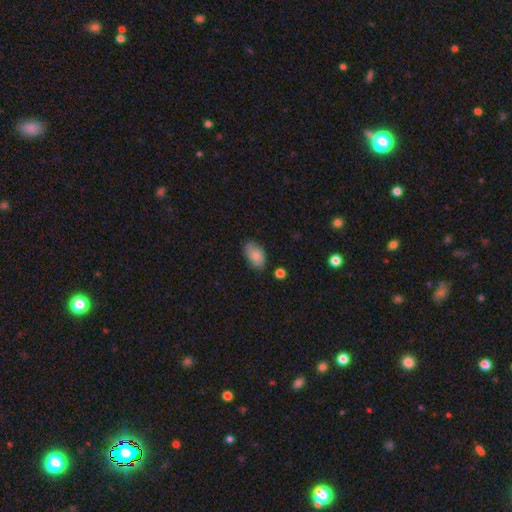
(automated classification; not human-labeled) A smooth galaxy with no disk features (81%) that is in between round and cigar-shaped (92%). Merging: none (75%).